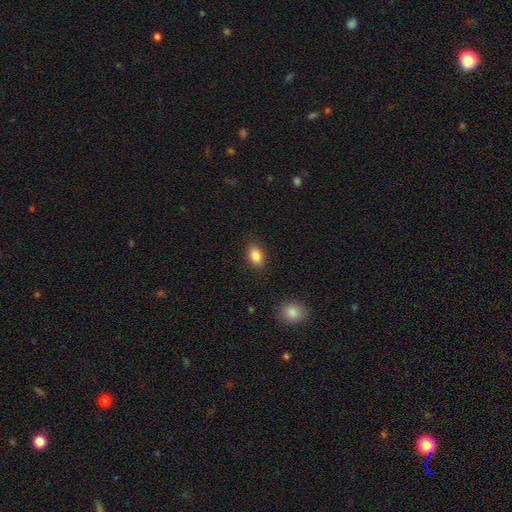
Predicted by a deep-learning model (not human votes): Smooth or featured? smooth (85%)
How rounded? in between (86%)
Merging? none (87%)